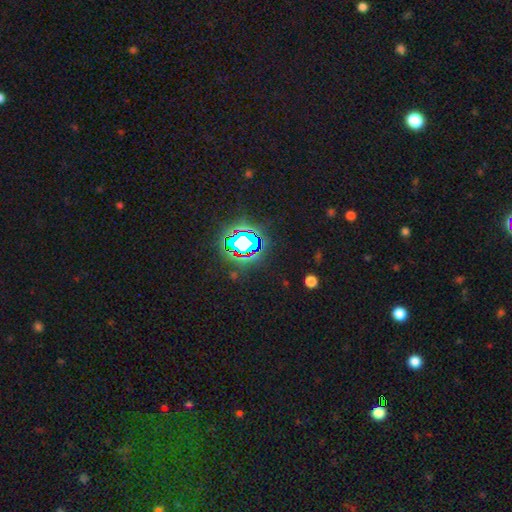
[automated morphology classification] This appears to be a star or artifact, not a galaxy (81%).